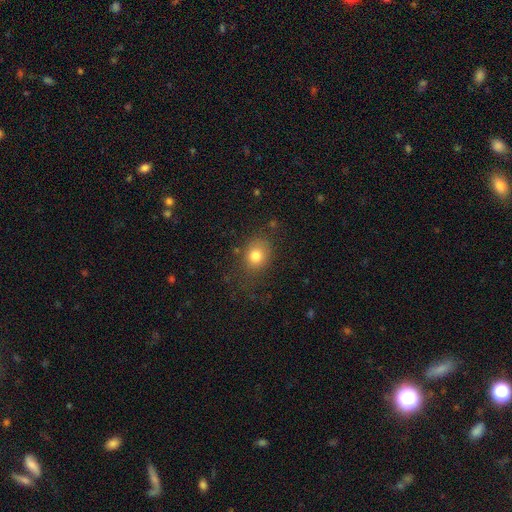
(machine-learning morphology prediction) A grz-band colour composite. It shows a smooth galaxy with no disk features (79%) that is round (56%). Merging: none (70%).